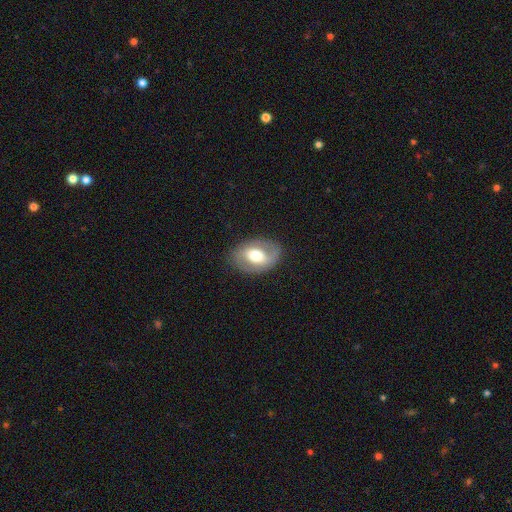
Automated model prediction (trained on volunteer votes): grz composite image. It shows a featured or disk galaxy (56%) with no bar (36%, tied with weak), spiral arms (55%) and a moderate central bulge (61%). Merging: none (81%).